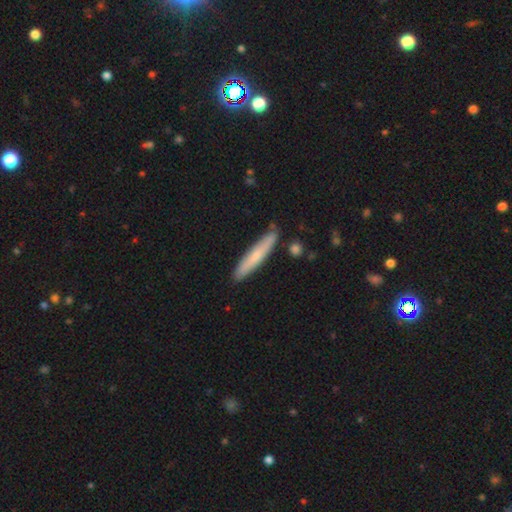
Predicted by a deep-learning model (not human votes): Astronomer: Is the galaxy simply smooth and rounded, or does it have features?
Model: smooth — 63%.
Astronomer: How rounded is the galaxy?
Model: cigar-shaped — 91%.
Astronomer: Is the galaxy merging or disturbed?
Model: none — 85%.